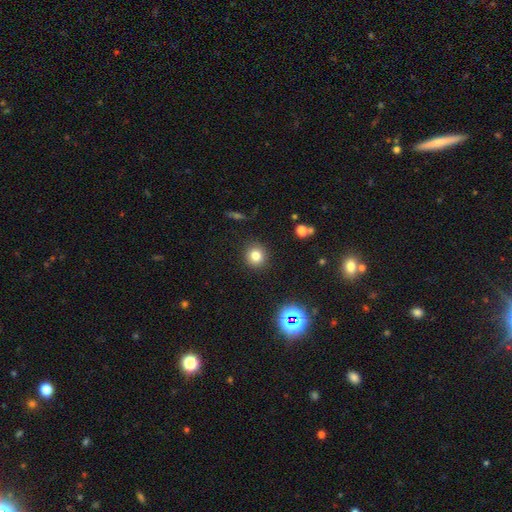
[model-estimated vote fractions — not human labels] This appears to be a smooth galaxy with no disk features (78%) that is round (92%). Merging: none (90%).